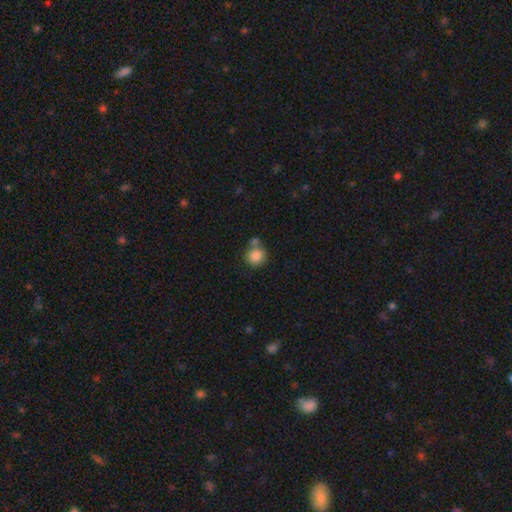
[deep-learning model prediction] Overall: smooth (85%). How rounded: round (89%). Merging: none (60%; merger 24%).